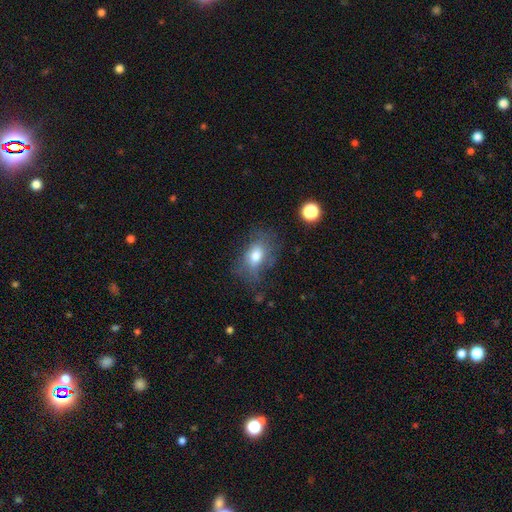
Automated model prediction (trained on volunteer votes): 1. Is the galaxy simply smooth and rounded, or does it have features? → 68% smooth, 22% featured or disk, 10% star or artifact.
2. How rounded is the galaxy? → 83% in between, 15% round, 2% cigar-shaped.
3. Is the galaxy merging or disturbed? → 56% none, 25% minor disturbance, 17% major disturbance, 2% merger.